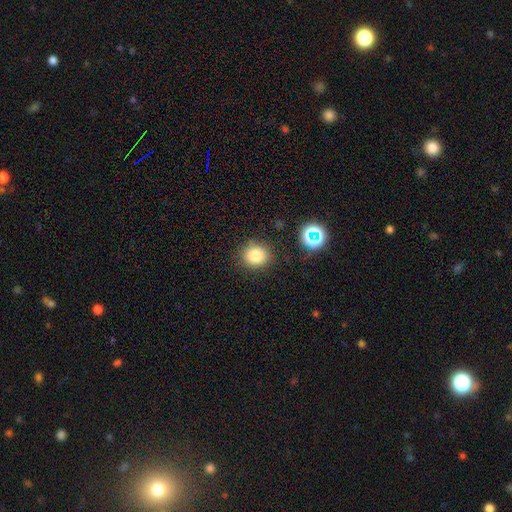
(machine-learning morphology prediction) Q: Smooth or featured?
A: smooth (79%); runner-up: star or artifact (14%)
Q: How rounded?
A: round (84%); runner-up: in between (15%)
Q: Merging?
A: none (85%); runner-up: minor disturbance (10%)